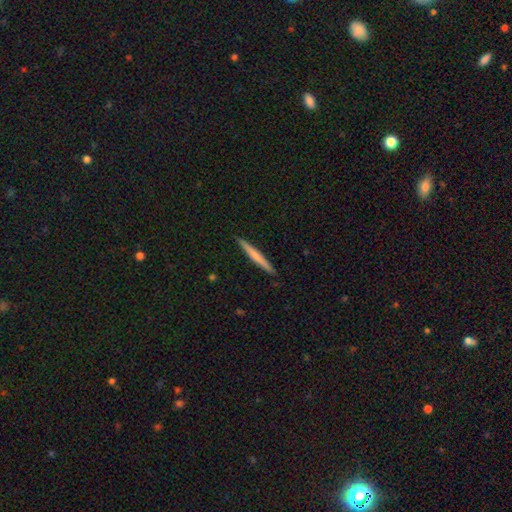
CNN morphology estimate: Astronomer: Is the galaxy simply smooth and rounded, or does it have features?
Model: smooth — 56% (runner-up: featured or disk, 39%).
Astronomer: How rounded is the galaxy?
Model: cigar-shaped — 96%.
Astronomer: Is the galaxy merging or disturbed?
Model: none — 92%.